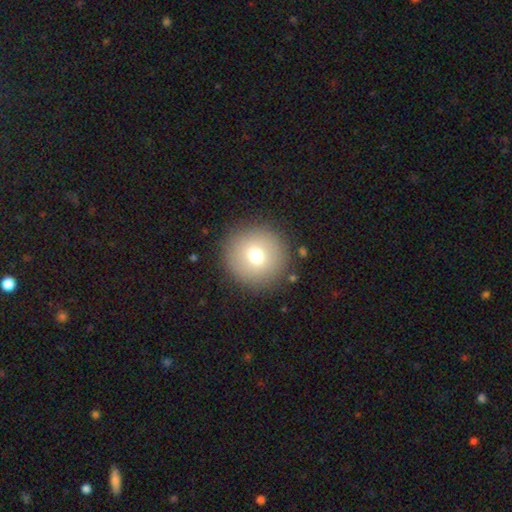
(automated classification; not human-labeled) Morphology: type=smooth (71%); roundness=round (95%); merging=none (88%).